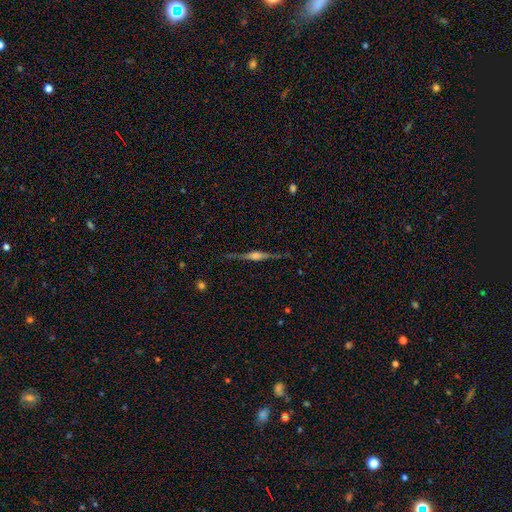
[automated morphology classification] A featured or disk galaxy (82%) viewed edge-on (98%) with a rounded central bulge (79%). Merging: none (88%).